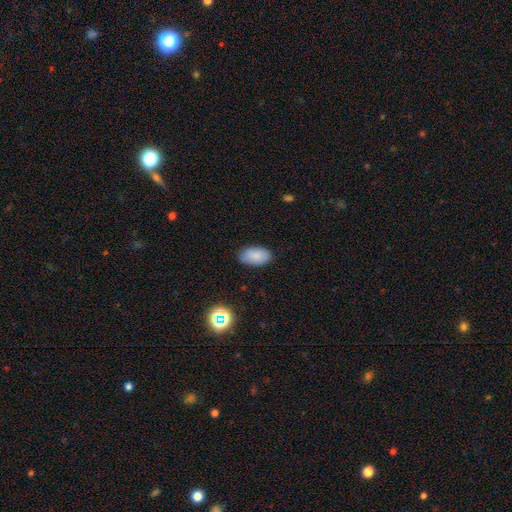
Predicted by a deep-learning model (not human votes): Q: Smooth or featured?
A: smooth (86%); runner-up: star or artifact (8%)
Q: How rounded?
A: in between (94%); runner-up: round (4%)
Q: Merging?
A: none (84%); runner-up: minor disturbance (13%)